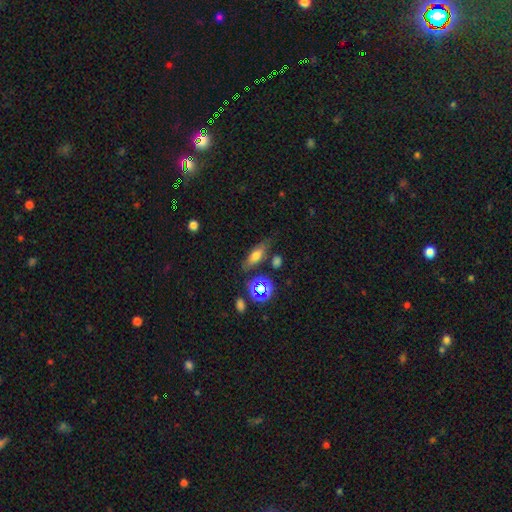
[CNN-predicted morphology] This is likely a smooth galaxy (62%). How rounded: likely in between (64%). Merging: likely none (69%).